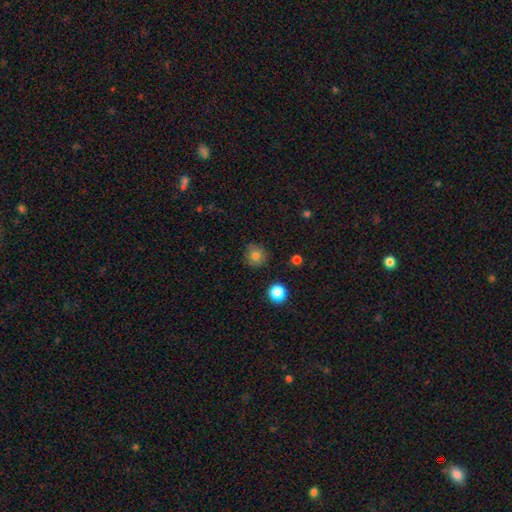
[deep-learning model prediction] This appears to be a smooth galaxy with no disk features (80%) that is round (94%). Merging: none (87%).